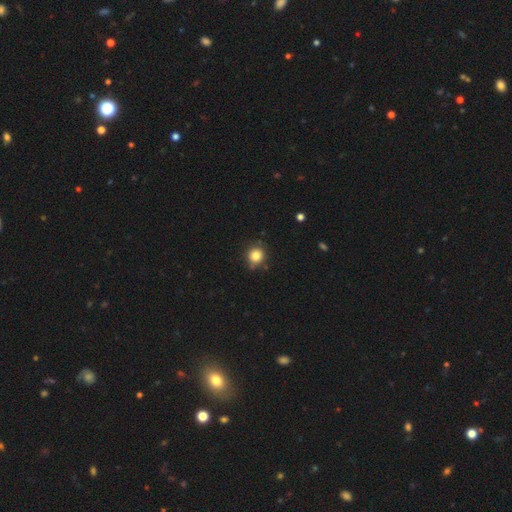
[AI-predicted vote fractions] smooth-or-featured: smooth: 83% | star or artifact: 11% | featured or disk: 6%
  how-rounded: round: 89% | in between: 10% | cigar-shaped: 1%
  merging: none: 79% | minor disturbance: 14% | merger: 4% | major disturbance: 3%